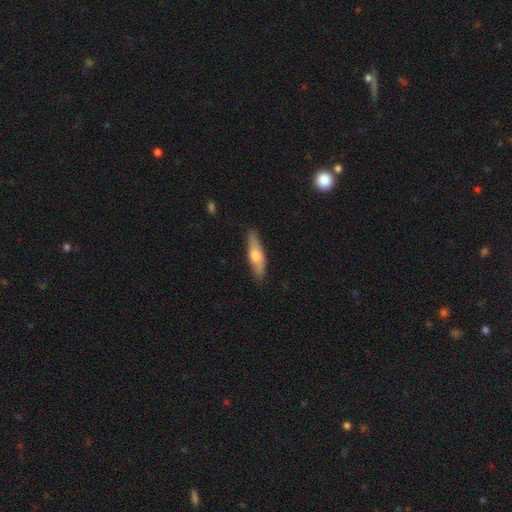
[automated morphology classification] A smooth galaxy with no disk features (59%) that is cigar-shaped (64%).

Vote fractions:
- Smooth or featured? smooth: 59% / featured or disk: 36% / star or artifact: 5%
- How rounded? cigar-shaped: 64% / in between: 33% / round: 2%
- Merging? none: 85% / minor disturbance: 12% / major disturbance: 2% / merger: 1%